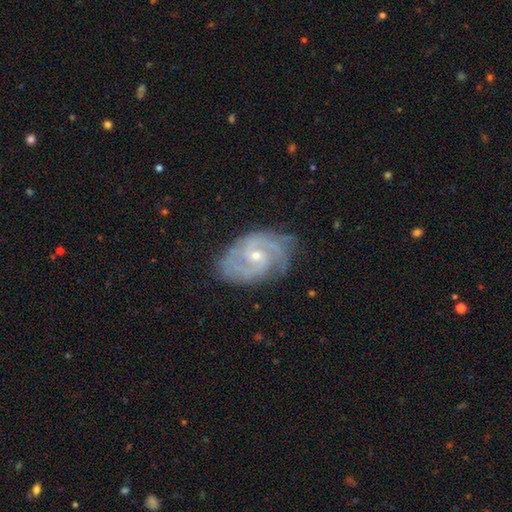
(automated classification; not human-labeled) A featured or disk galaxy (88%) with no bar (55%), 2 (52%) tight (53%) spiral arms (97%) and a small central bulge (62%). Merging: none (69%).